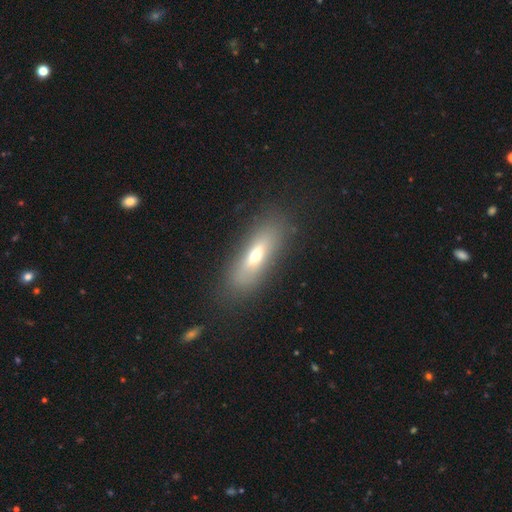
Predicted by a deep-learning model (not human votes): This is possibly a smooth galaxy (54%). How rounded: possibly cigar-shaped (50%). Merging: clearly none (82%).